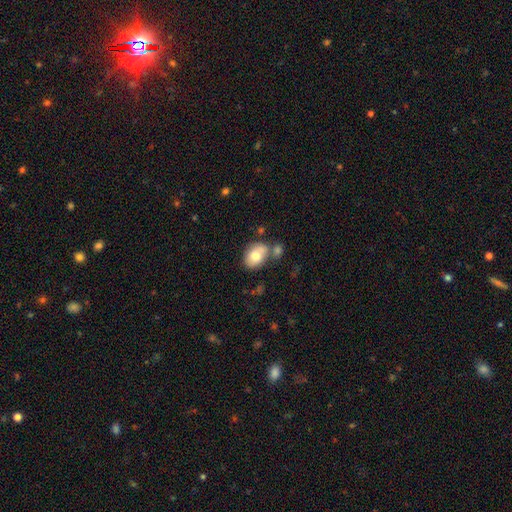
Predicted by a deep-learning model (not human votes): Morphology: type=smooth (74%); roundness=in between (68%); merging=none (54%).